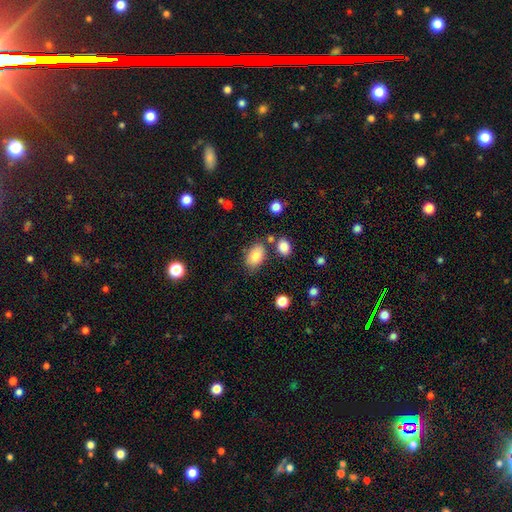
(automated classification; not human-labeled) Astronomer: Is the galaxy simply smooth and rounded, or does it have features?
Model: smooth — 84%.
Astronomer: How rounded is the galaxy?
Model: in between — 89%.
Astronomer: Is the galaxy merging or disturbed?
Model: none — 73%.